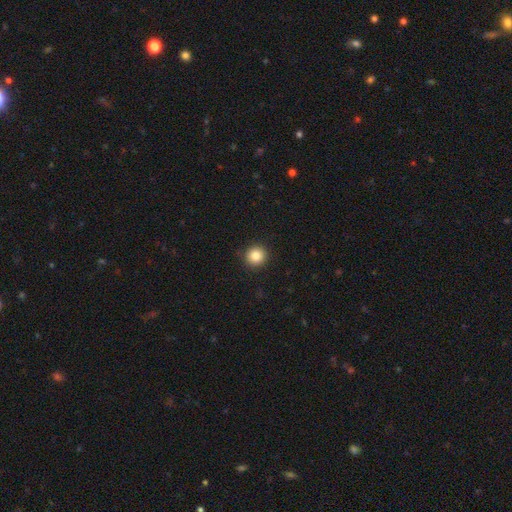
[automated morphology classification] A smooth galaxy with no disk features (84%) that is round (93%).

Vote fractions:
- Smooth or featured? smooth: 84% / star or artifact: 10% / featured or disk: 6%
- How rounded? round: 93% / in between: 6% / cigar-shaped: 1%
- Merging? none: 91% / minor disturbance: 6% / major disturbance: 2% / merger: 1%